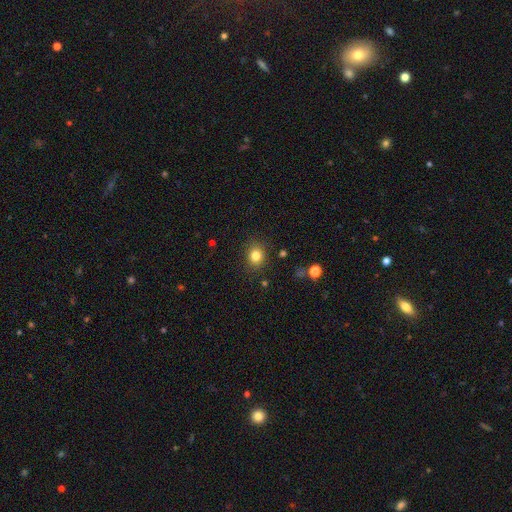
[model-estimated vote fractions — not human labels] smooth-or-featured: smooth: 82% | star or artifact: 12% | featured or disk: 6%
  how-rounded: round: 69% | in between: 30% | cigar-shaped: 1%
  merging: none: 86% | minor disturbance: 10% | major disturbance: 3% | merger: 2%